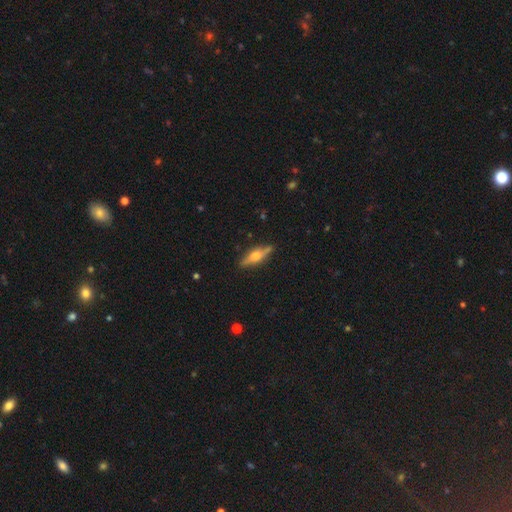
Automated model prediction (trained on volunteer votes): A featured or disk galaxy (67%) viewed edge-on (95%) with a rounded central bulge (92%).

Vote fractions:
- Smooth or featured? featured or disk: 67% / smooth: 27% / star or artifact: 6%
- Edge-on disk? yes: 95% / no: 5%
- Edge-on bulge? rounded: 92% / boxy: 6% / none: 2%
- Merging? none: 87% / minor disturbance: 9% / major disturbance: 2% / merger: 1%